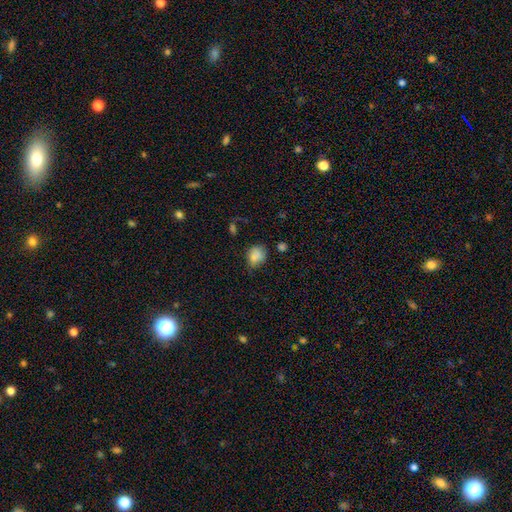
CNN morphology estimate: Smooth or featured?
  - smooth: 83% *
  - star or artifact: 10%
  - featured or disk: 7%
How rounded?
  - in between: 54% *
  - round: 45%
  - cigar-shaped: 1%
Merging?
  - none: 57% *
  - minor disturbance: 31%
  - major disturbance: 8%
  - merger: 4%